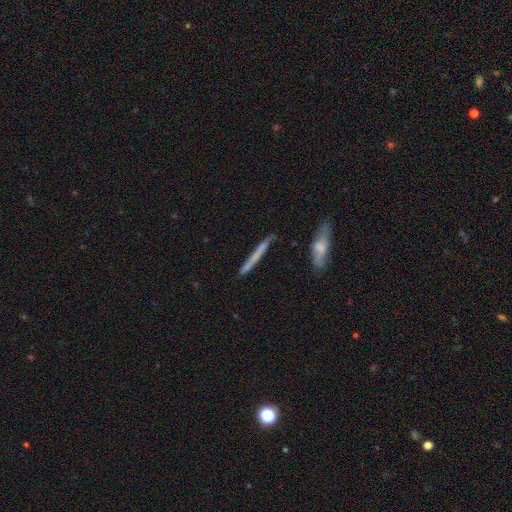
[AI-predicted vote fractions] Morphology: type=smooth (52%); roundness=cigar-shaped (96%); merging=none (83%).